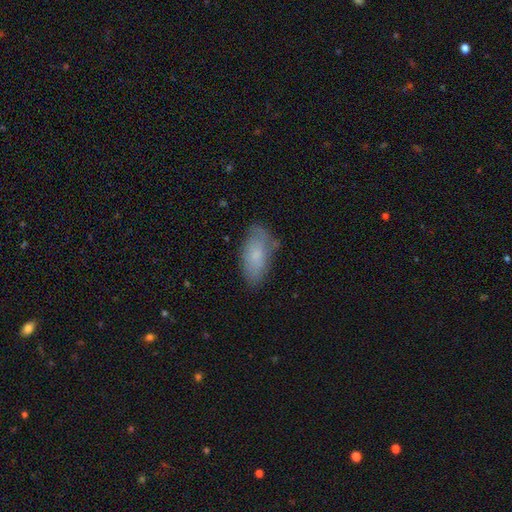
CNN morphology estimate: Smooth or featured? smooth (73%)
How rounded? in between (87%)
Merging? none (67%)